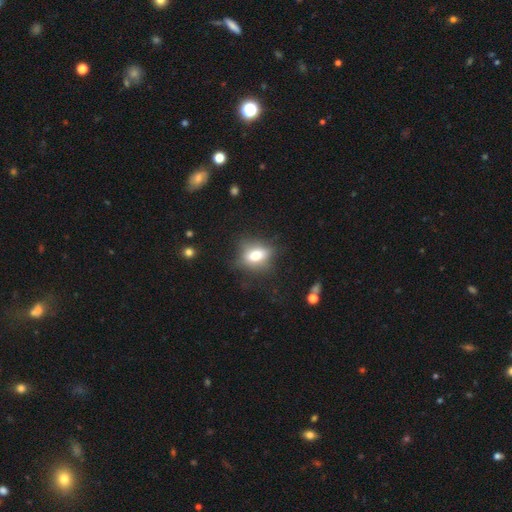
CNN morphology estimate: This is likely a smooth galaxy (70%). How rounded: likely in between (64%). Merging: likely none (71%).